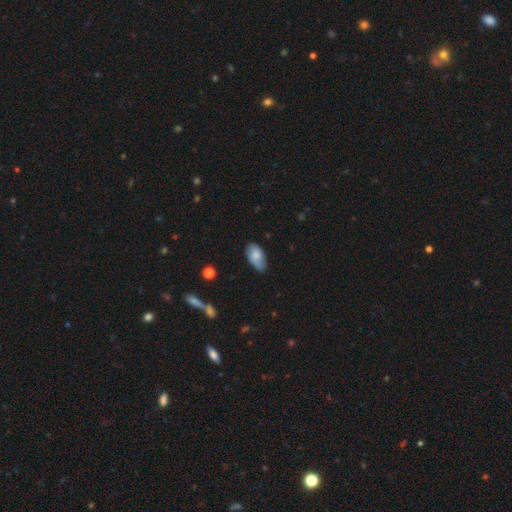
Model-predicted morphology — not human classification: Smooth or featured: smooth — 74% (featured or disk — 18%)
How rounded: in between — 94% (round — 4%)
Merging: none — 62% (minor disturbance — 30%)